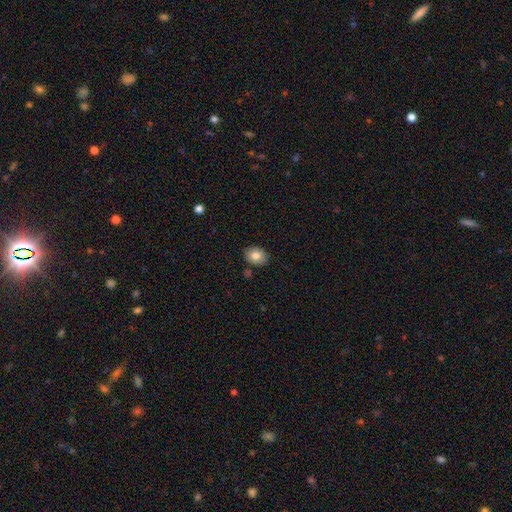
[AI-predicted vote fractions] smooth 81%, featured or disk 11%, star or artifact 8%. Down the decision tree: how rounded — in between (70%); merging — none (84%).